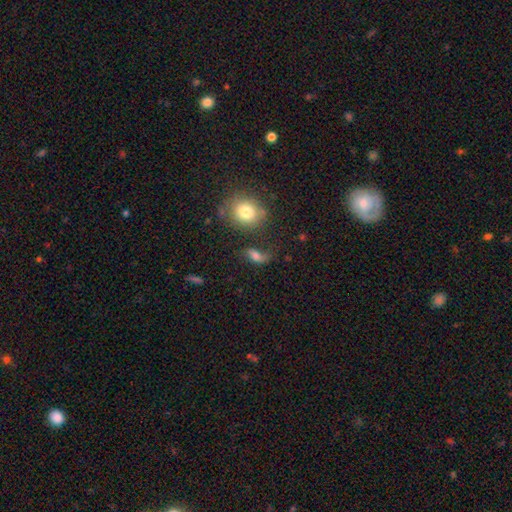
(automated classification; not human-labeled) Smooth or featured? Predicted: smooth (p=0.58). How rounded? Predicted: in between (p=0.73). Merging? Predicted: none (p=0.43).